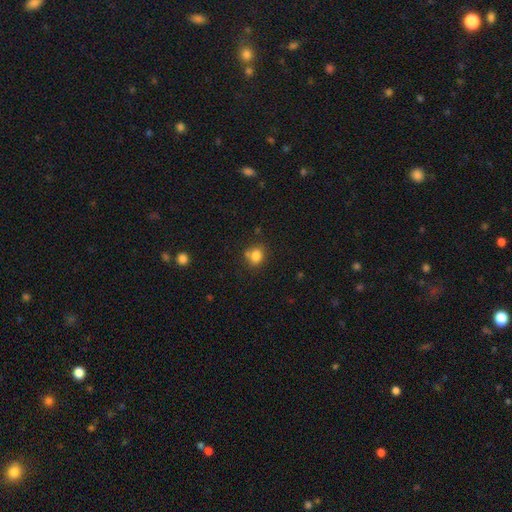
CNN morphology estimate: Q: Smooth or featured?
A: smooth (81%); runner-up: star or artifact (11%)
Q: How rounded?
A: round (59%); runner-up: in between (40%)
Q: Merging?
A: none (64%); runner-up: merger (17%)